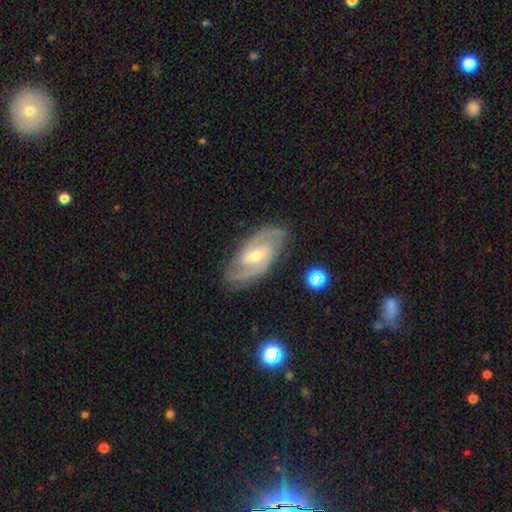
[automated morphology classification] The model was most divided on "spiral winding": medium: 47%, tight: 43%, loose: 10%. Remaining: spiral arms — yes (97%); edge-on disk — no (95%); smooth or featured — featured or disk (87%); merging — none (83%); spiral arm count — 2 (80%); bar — weak (52%); bulge size — small (50%).